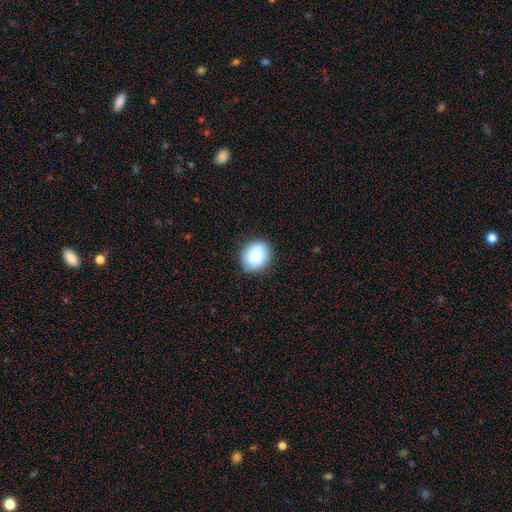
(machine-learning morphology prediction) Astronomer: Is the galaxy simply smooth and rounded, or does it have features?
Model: smooth — 81%.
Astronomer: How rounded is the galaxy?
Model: round — 56% (runner-up: in between, 43%).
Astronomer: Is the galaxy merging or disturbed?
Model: none — 88%.